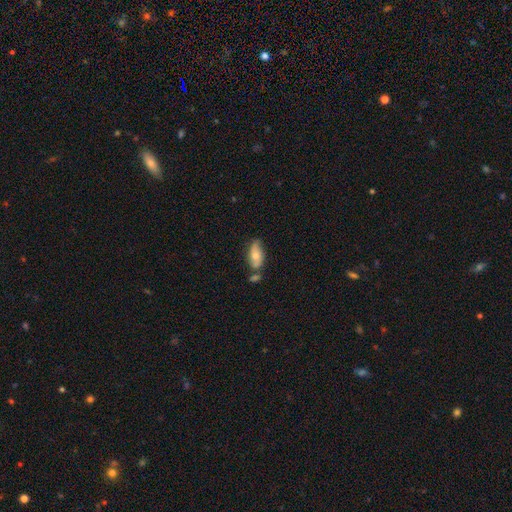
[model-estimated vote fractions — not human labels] Smooth or featured? smooth (59%)
How rounded? in between (87%)
Merging? none (52%)